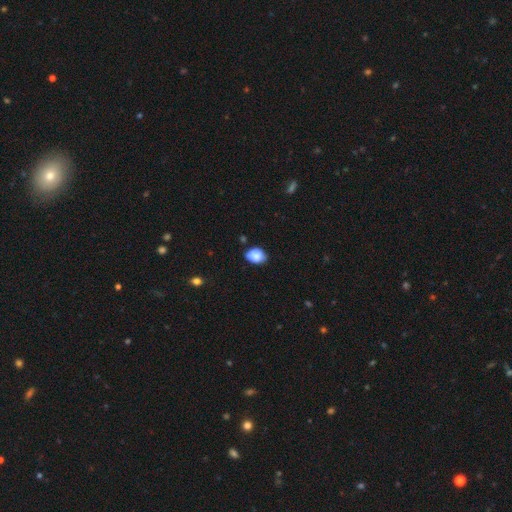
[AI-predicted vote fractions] A smooth galaxy with no disk features (80%) that is in between round and cigar-shaped (63%).

Vote fractions:
- Smooth or featured? smooth: 80% / featured or disk: 11% / star or artifact: 9%
- How rounded? in between: 63% / round: 36% / cigar-shaped: 1%
- Merging? none: 63% / minor disturbance: 29% / major disturbance: 5% / merger: 3%